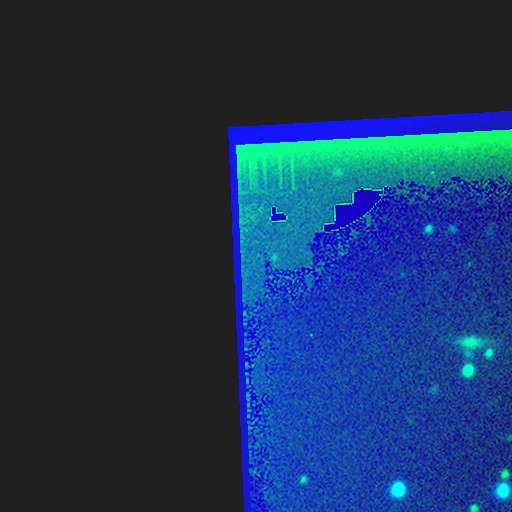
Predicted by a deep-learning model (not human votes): smooth-or-featured: star or artifact: 87% | featured or disk: 7% | smooth: 6%